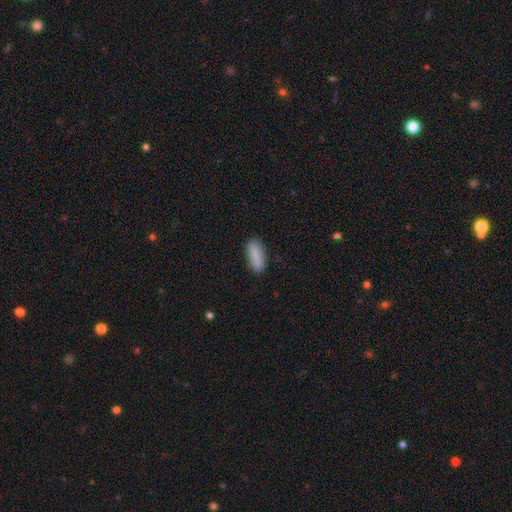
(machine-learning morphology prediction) Smooth or featured: smooth — 86% (featured or disk — 8%)
How rounded: in between — 69% (cigar-shaped — 29%)
Merging: none — 86% (minor disturbance — 10%)